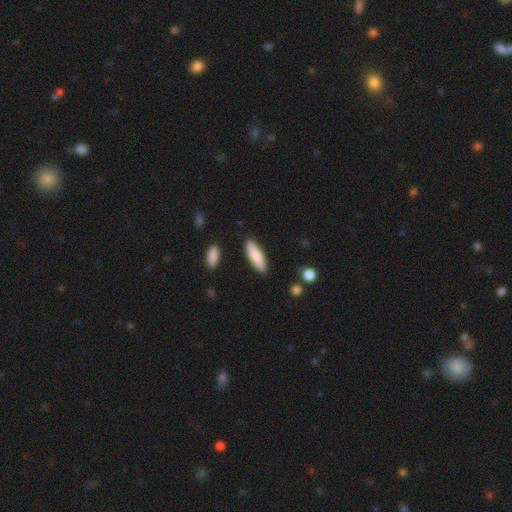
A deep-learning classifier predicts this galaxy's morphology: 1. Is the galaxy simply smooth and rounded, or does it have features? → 85% smooth, 9% featured or disk, 5% star or artifact.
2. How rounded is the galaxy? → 55% cigar-shaped, 44% in between, 2% round.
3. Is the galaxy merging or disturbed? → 88% none, 8% minor disturbance, 2% major disturbance, 2% merger.